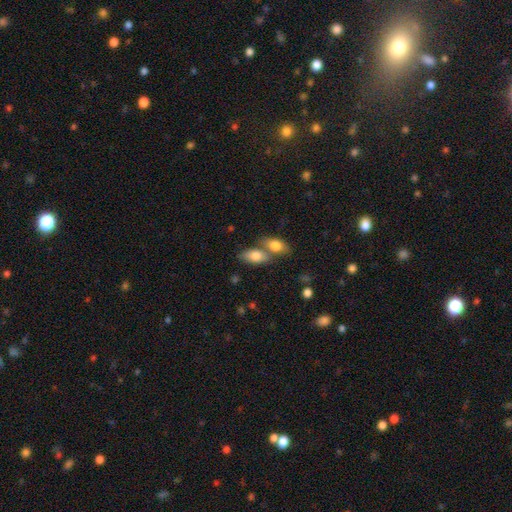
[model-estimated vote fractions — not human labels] smooth_or_featured: smooth (p=0.80) [alt: featured or disk p=0.13]
how_rounded: in between (p=0.89) [alt: round p=0.06]
merging: merger (p=0.51) [alt: none p=0.36]